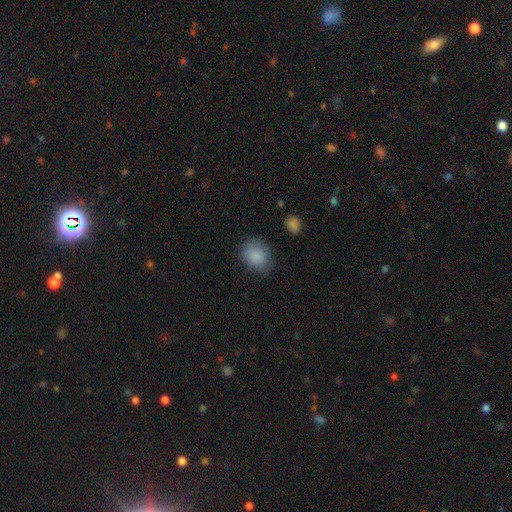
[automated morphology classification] smooth_or_featured: smooth (p=0.87) [alt: star or artifact p=0.07]
how_rounded: in between (p=0.56) [alt: round p=0.43]
merging: none (p=0.74) [alt: minor disturbance p=0.19]